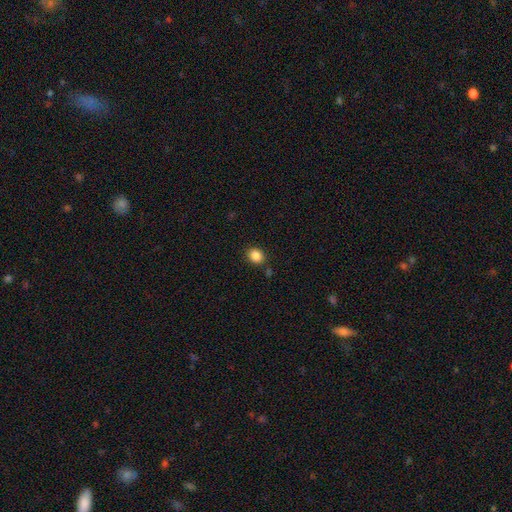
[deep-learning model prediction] Smooth or featured? smooth (86%)
How rounded? round (62%)
Merging? none (85%)